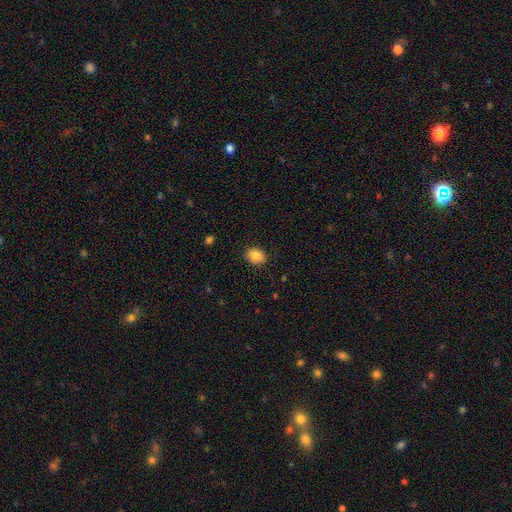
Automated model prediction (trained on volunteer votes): This appears to be a smooth galaxy with no disk features (88%) that is in between round and cigar-shaped (62%). Merging: none (88%).